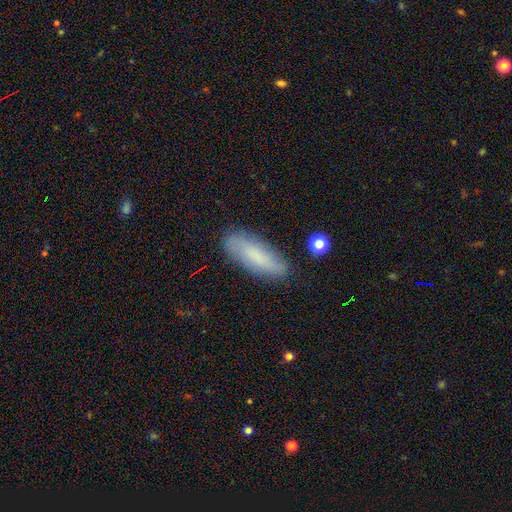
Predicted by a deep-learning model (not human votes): A smooth galaxy with no disk features (72%) that is in between round and cigar-shaped (57%).

Vote fractions:
- Smooth or featured? smooth: 72% / featured or disk: 20% / star or artifact: 8%
- How rounded? in between: 57% / cigar-shaped: 41% / round: 2%
- Merging? none: 79% / minor disturbance: 15% / major disturbance: 3% / merger: 2%